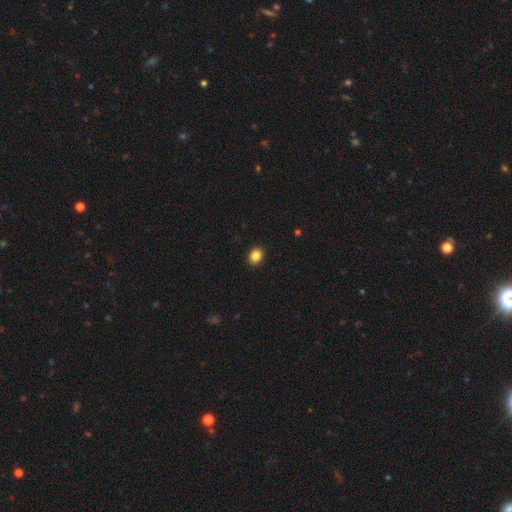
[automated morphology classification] Q: Smooth or featured?
A: smooth (86%); runner-up: star or artifact (9%)
Q: How rounded?
A: in between (53%); runner-up: round (46%)
Q: Merging?
A: none (91%); runner-up: minor disturbance (6%)